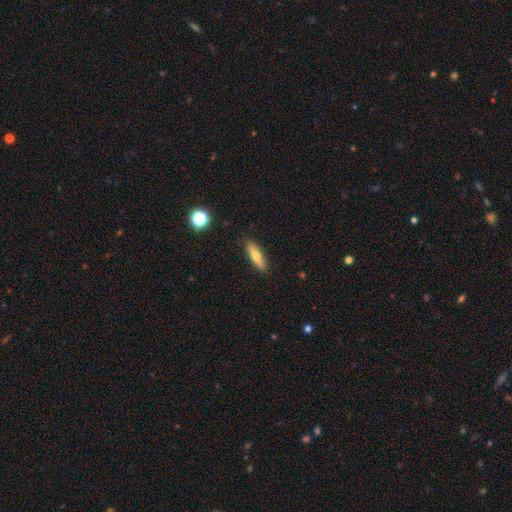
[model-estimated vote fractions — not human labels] Morphology: type=smooth (64%); roundness=cigar-shaped (70%); merging=none (89%).